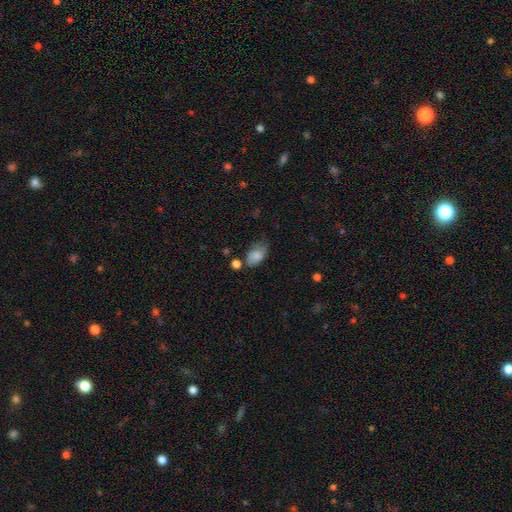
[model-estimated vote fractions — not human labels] A smooth galaxy with no disk features (81%) that is in between round and cigar-shaped (91%).

Vote fractions:
- Smooth or featured? smooth: 81% / featured or disk: 12% / star or artifact: 8%
- How rounded? in between: 91% / round: 7% / cigar-shaped: 2%
- Merging? none: 52% / minor disturbance: 32% / major disturbance: 9% / merger: 7%